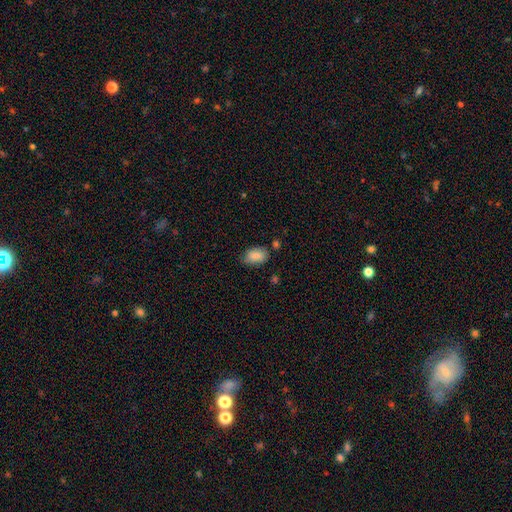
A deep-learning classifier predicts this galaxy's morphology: Overall: smooth (86%). How rounded: in between (90%). Merging: none (72%).